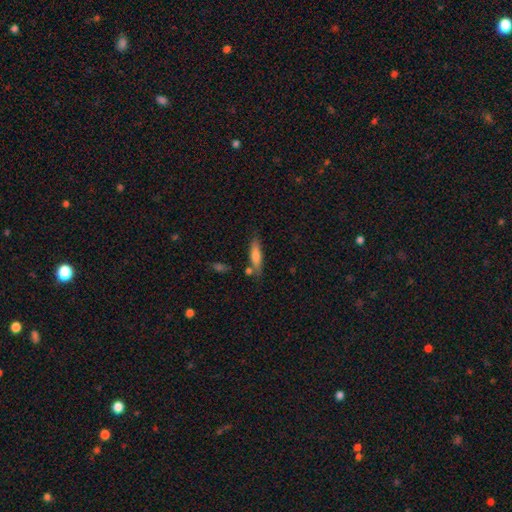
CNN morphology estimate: smooth-or-featured: smooth: 70% | featured or disk: 22% | star or artifact: 7%
  how-rounded: cigar-shaped: 70% | in between: 28% | round: 2%
  merging: none: 71% | minor disturbance: 15% | merger: 9% | major disturbance: 4%